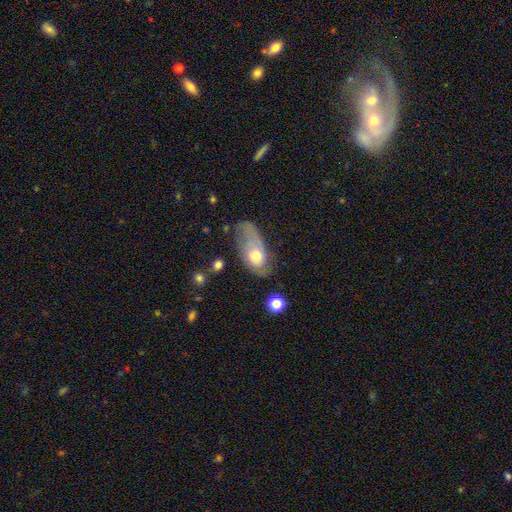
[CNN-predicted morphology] A smooth galaxy with no disk features (55%) that is in between round and cigar-shaped (89%).

Vote fractions:
- Smooth or featured? smooth: 55% / featured or disk: 38% / star or artifact: 7%
- How rounded? in between: 89% / round: 7% / cigar-shaped: 4%
- Merging? major disturbance: 35% / minor disturbance: 31% / none: 30% / merger: 4%